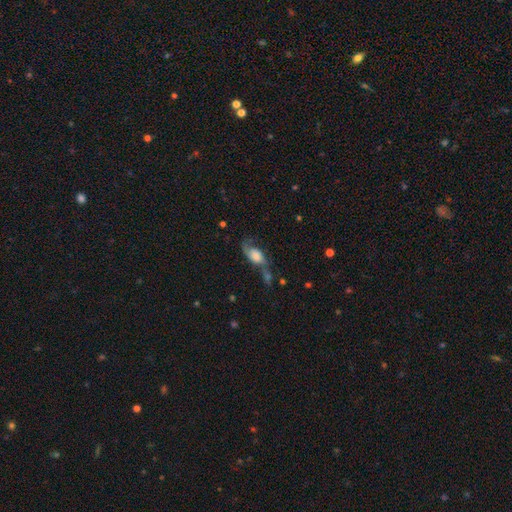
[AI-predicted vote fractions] A featured or disk galaxy (55%).

Vote fractions:
- Smooth or featured? featured or disk: 55% / smooth: 36% / star or artifact: 9%
- Edge-on disk? no: 90% / yes: 10%
- Merging? major disturbance: 31% / none: 30% / minor disturbance: 21% / merger: 18%